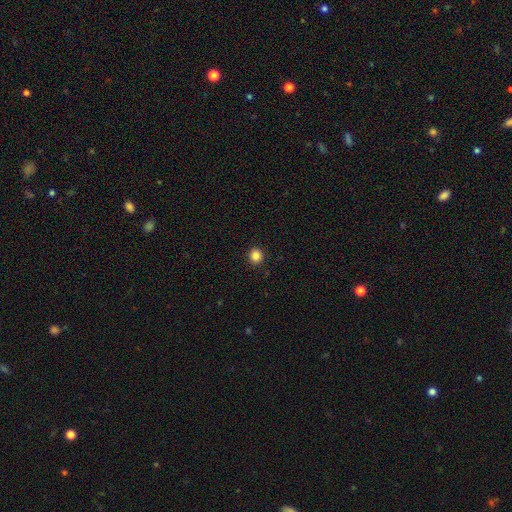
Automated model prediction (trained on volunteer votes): The model was most divided on "smooth or featured": smooth: 86%, star or artifact: 11%, featured or disk: 3%. More confident: merging — none (93%); how rounded — round (92%).